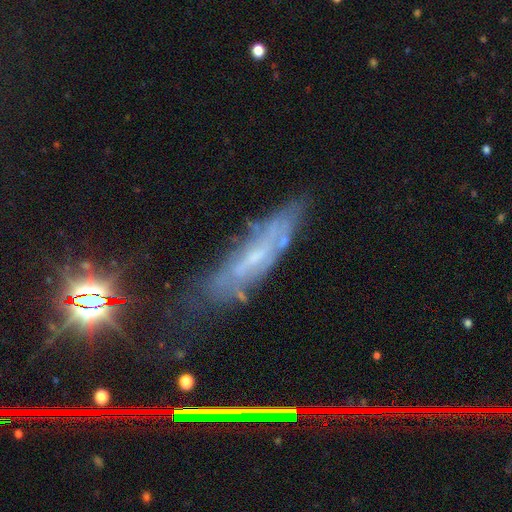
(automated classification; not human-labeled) smooth_or_featured: featured or disk (p=0.61) [alt: smooth p=0.24]
disk_edge_on: no (p=0.60) [alt: yes p=0.40]
merging: none (p=0.67) [alt: minor disturbance p=0.23]